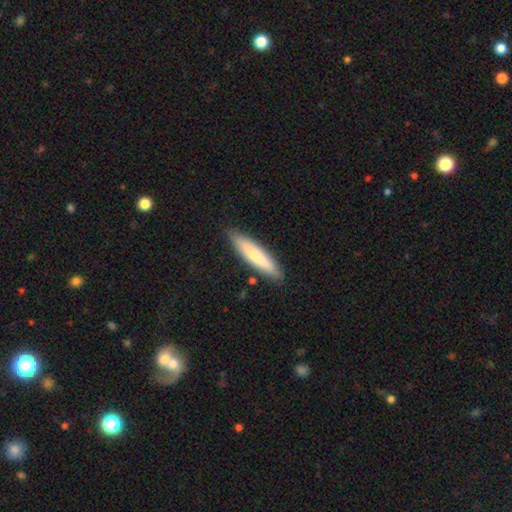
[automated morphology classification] The model was most divided on "smooth or featured": smooth: 73%, featured or disk: 22%, star or artifact: 5%. More confident: merging — none (88%); how rounded — cigar-shaped (84%).